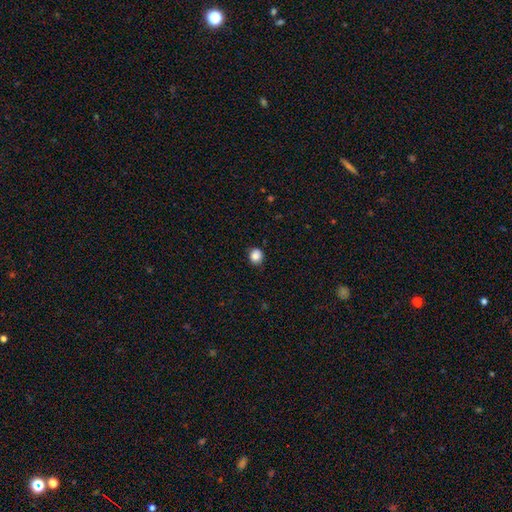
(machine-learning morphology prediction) A smooth galaxy with no disk features (86%) that is round (79%). Merging: none (86%).